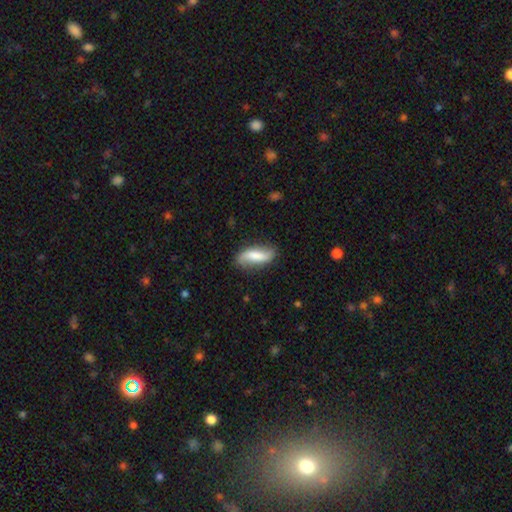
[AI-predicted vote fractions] This appears to be a featured or disk galaxy (47%). Merging: none (76%).